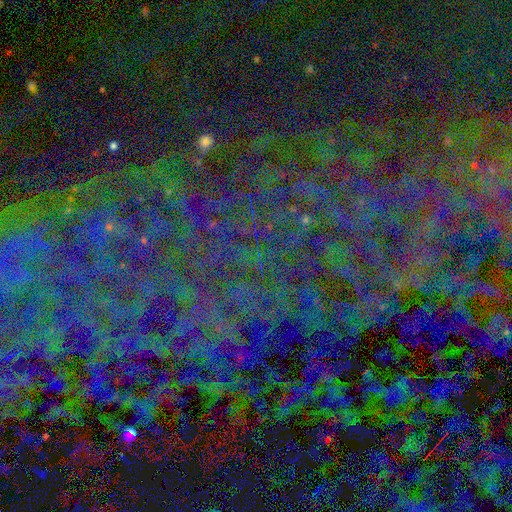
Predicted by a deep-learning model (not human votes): This is clearly a star or artifact rather than a galaxy (80%).